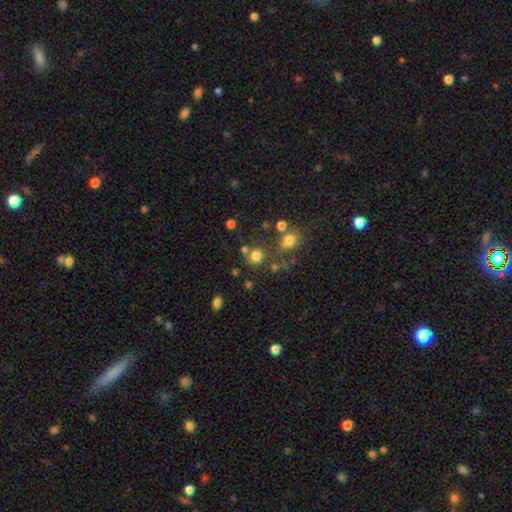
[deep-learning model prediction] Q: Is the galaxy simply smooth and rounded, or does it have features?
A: smooth — 74%.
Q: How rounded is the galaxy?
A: round — 88%.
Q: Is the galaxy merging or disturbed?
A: none — 69%.